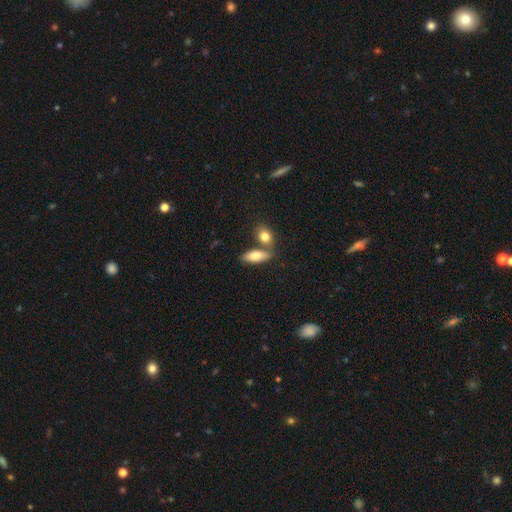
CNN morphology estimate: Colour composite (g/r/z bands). It shows a smooth galaxy with no disk features (77%) that is in between round and cigar-shaped (78%). Merging: none (52%).